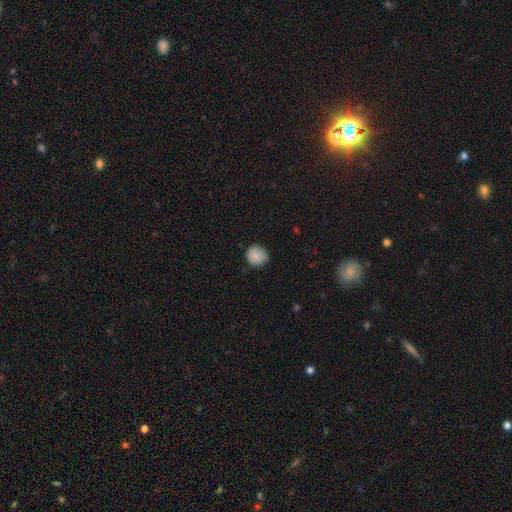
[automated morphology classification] smooth-or-featured: smooth: 86% | star or artifact: 8% | featured or disk: 6%
  how-rounded: round: 88% | in between: 11% | cigar-shaped: 1%
  merging: none: 82% | minor disturbance: 14% | major disturbance: 3% | merger: 1%